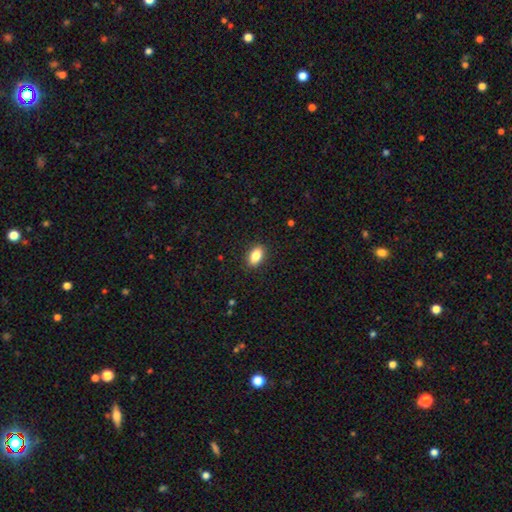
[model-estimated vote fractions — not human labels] smooth_or_featured: smooth (p=0.84) [alt: star or artifact p=0.08]
how_rounded: in between (p=0.89) [alt: round p=0.07]
merging: none (p=0.89) [alt: minor disturbance p=0.08]